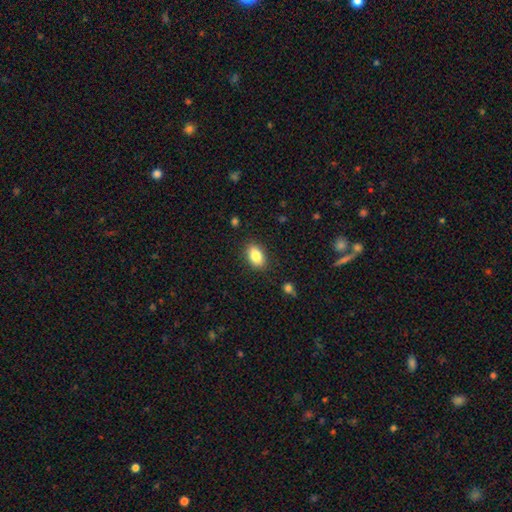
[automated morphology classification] smooth-or-featured: smooth: 85% | star or artifact: 8% | featured or disk: 7%
  how-rounded: in between: 89% | round: 9% | cigar-shaped: 2%
  merging: none: 87% | minor disturbance: 9% | major disturbance: 2% | merger: 1%